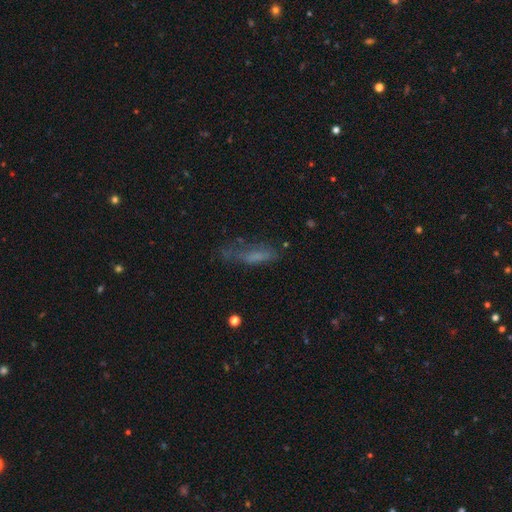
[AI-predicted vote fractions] Smooth or featured?
  - smooth: 58% *
  - featured or disk: 28%
  - star or artifact: 15%
How rounded?
  - cigar-shaped: 60% *
  - in between: 37%
  - round: 2%
Merging?
  - none: 48% *
  - minor disturbance: 27%
  - major disturbance: 22%
  - merger: 4%